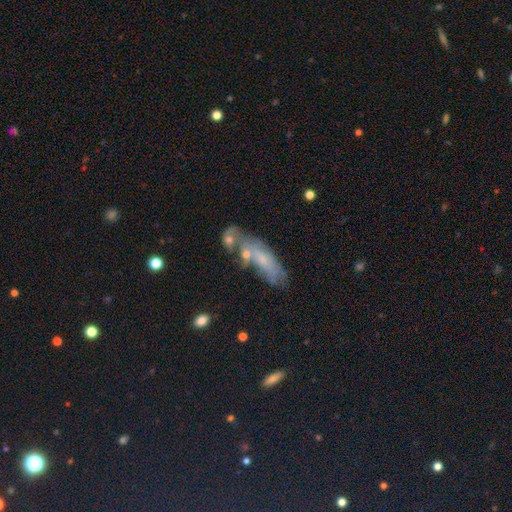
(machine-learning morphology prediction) The model was most divided on "smooth or featured": smooth: 41%, featured or disk: 39%, star or artifact: 20%. More confident: merging — none (54%).